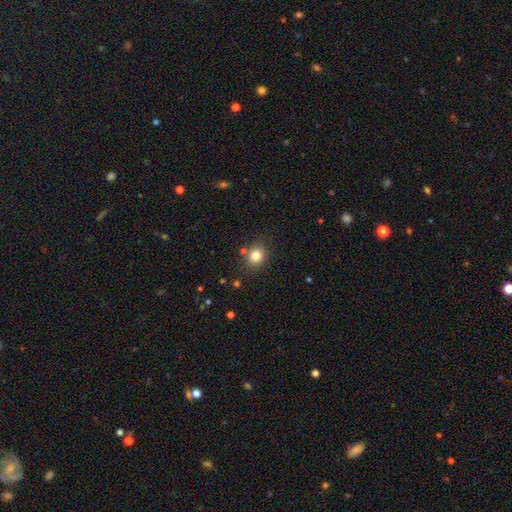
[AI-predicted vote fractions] This appears to be a smooth galaxy with no disk features (81%) that is round (72%). Merging: none (80%).